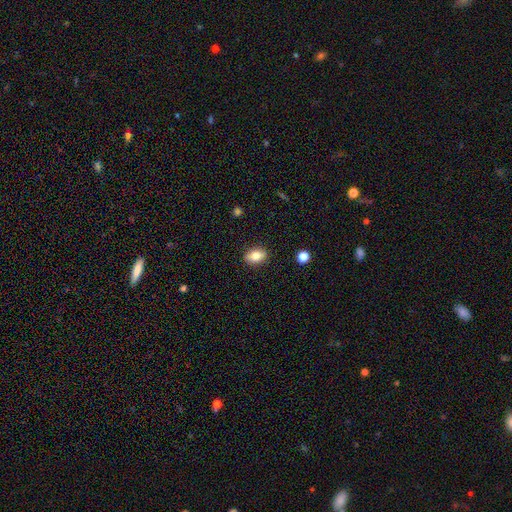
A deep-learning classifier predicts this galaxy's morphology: Smooth or featured? Predicted: smooth (p=0.80). How rounded? Predicted: in between (p=0.84). Merging? Predicted: none (p=0.88).